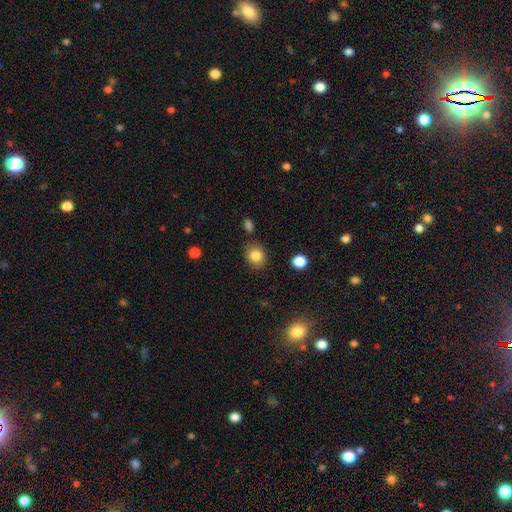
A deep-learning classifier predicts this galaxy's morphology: Smooth or featured: smooth — 85% (star or artifact — 10%)
How rounded: round — 71% (in between — 28%)
Merging: none — 81% (minor disturbance — 12%)